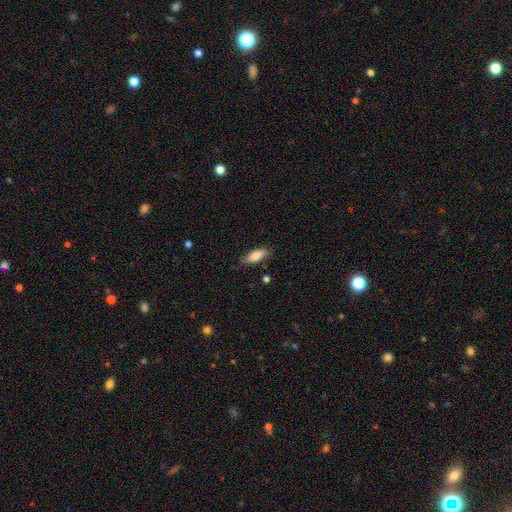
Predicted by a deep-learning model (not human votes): A smooth galaxy with no disk features (79%) that is in between round and cigar-shaped (72%).

Vote fractions:
- Smooth or featured? smooth: 79% / featured or disk: 14% / star or artifact: 6%
- How rounded? in between: 72% / cigar-shaped: 25% / round: 2%
- Merging? none: 77% / minor disturbance: 18% / major disturbance: 3% / merger: 2%